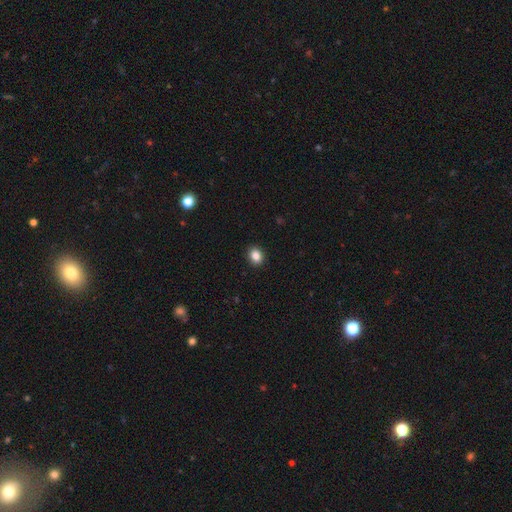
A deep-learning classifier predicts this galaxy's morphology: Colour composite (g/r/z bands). It shows a smooth galaxy with no disk features (86%) that is in between round and cigar-shaped (50%). Merging: none (91%).